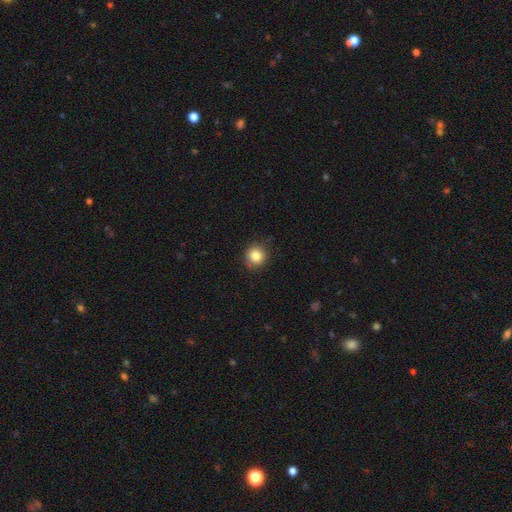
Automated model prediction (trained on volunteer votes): smooth-or-featured: smooth: 84% | star or artifact: 11% | featured or disk: 5%
  how-rounded: round: 92% | in between: 7% | cigar-shaped: 1%
  merging: none: 86% | minor disturbance: 11% | major disturbance: 2% | merger: 1%